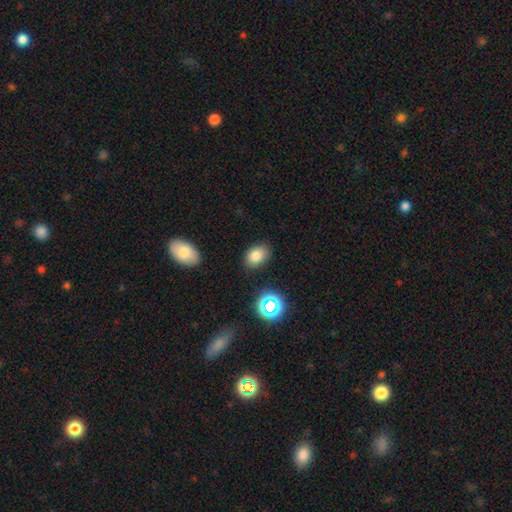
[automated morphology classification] smooth-or-featured: smooth: 81% | star or artifact: 12% | featured or disk: 7%
  how-rounded: in between: 79% | round: 20% | cigar-shaped: 1%
  merging: none: 83% | minor disturbance: 12% | major disturbance: 3% | merger: 2%